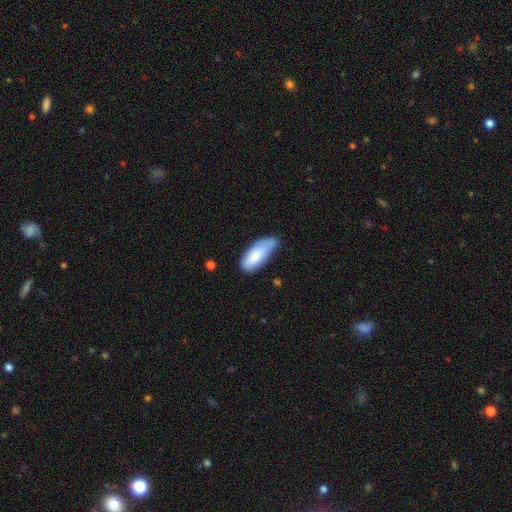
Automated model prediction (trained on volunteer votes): This is clearly a smooth galaxy (81%). How rounded: clearly in between (81%). Merging: marginally minor disturbance (43%).